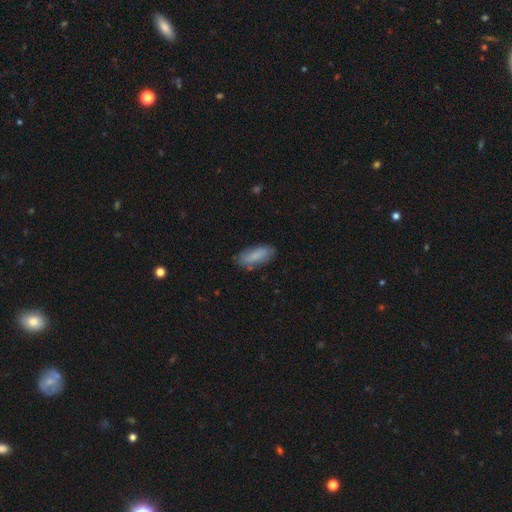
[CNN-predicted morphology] Overall: smooth (82%). How rounded: in between (70%). Merging: none (76%).